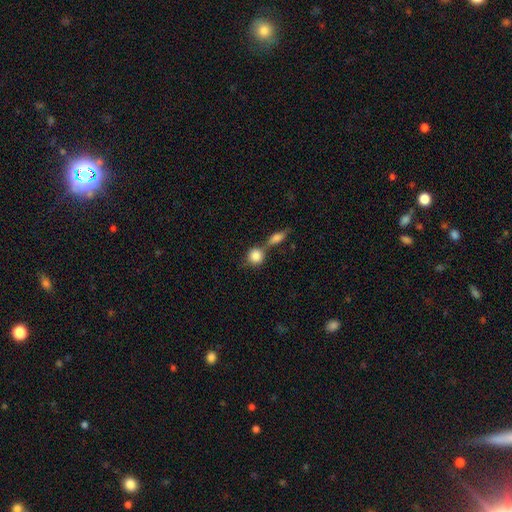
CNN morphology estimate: This is clearly a smooth galaxy (84%). How rounded: clearly round (82%). Merging: marginally none (45%).